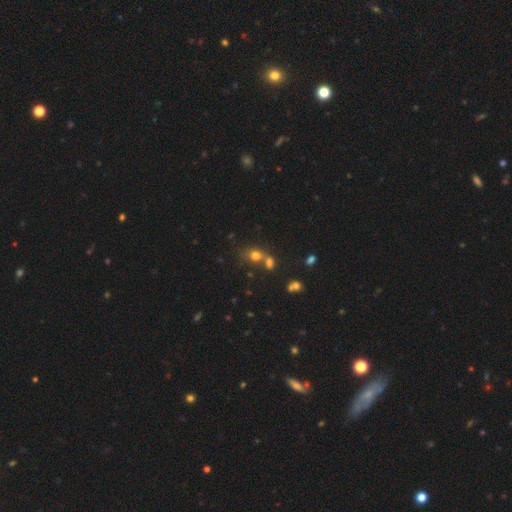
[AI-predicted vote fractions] The model was most divided on "merging" (2-way tie): merger: 42%, none: 42%, minor disturbance: 11%, major disturbance: 5%. More confident: smooth or featured — smooth (72%); how rounded — round (56%).